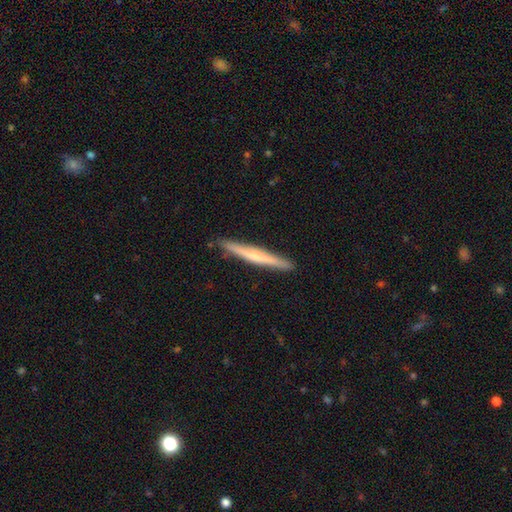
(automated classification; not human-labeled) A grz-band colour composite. It shows a featured or disk galaxy (59%) viewed edge-on (97%) with a rounded central bulge (56%). Merging: none (91%).